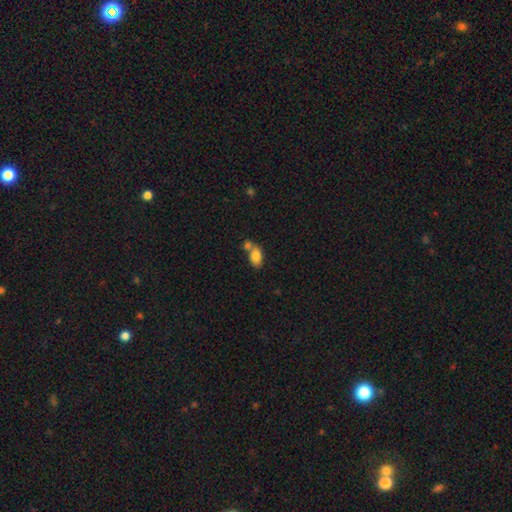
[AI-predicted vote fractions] Smooth or featured: smooth — 80% (featured or disk — 12%)
How rounded: in between — 89% (round — 9%)
Merging: merger — 45% (none — 37%)